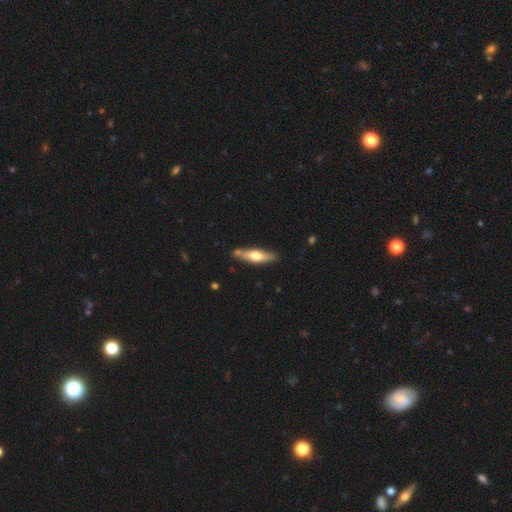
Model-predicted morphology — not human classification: This is possibly a featured or disk galaxy (49%). Merging: clearly none (82%).